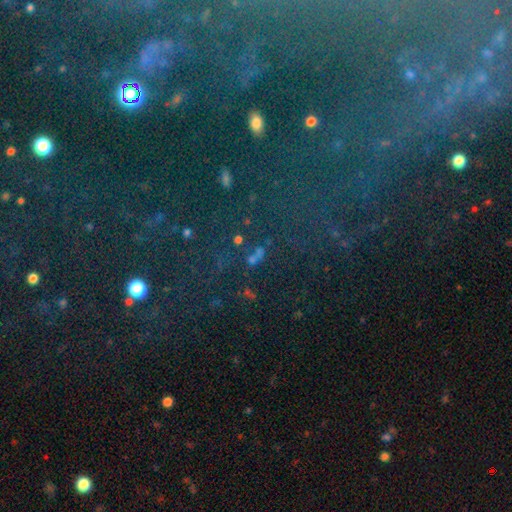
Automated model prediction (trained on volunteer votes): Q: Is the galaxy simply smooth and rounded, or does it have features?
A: star or artifact — 64%.